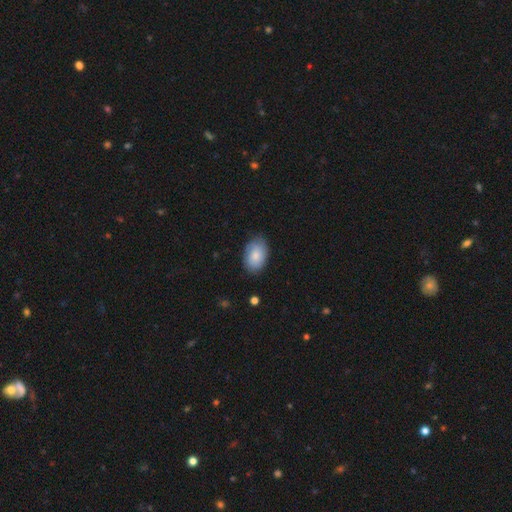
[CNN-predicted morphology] Smooth or featured?
  - smooth: 73% *
  - featured or disk: 20%
  - star or artifact: 6%
How rounded?
  - in between: 87% *
  - round: 12%
  - cigar-shaped: 1%
Merging?
  - none: 77% *
  - minor disturbance: 18%
  - major disturbance: 4%
  - merger: 1%